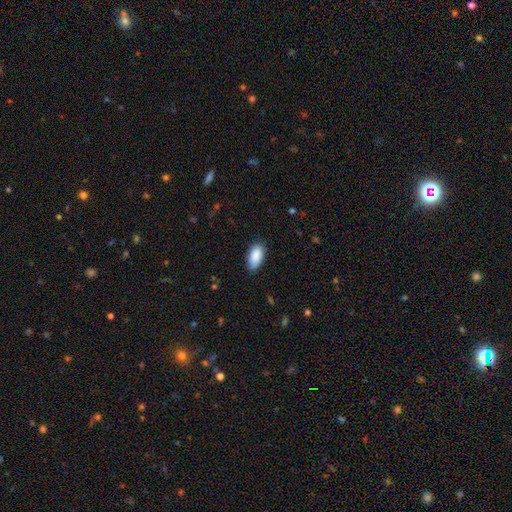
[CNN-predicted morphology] This appears to be a smooth galaxy with no disk features (89%) that is in between round and cigar-shaped (93%). Merging: none (83%).